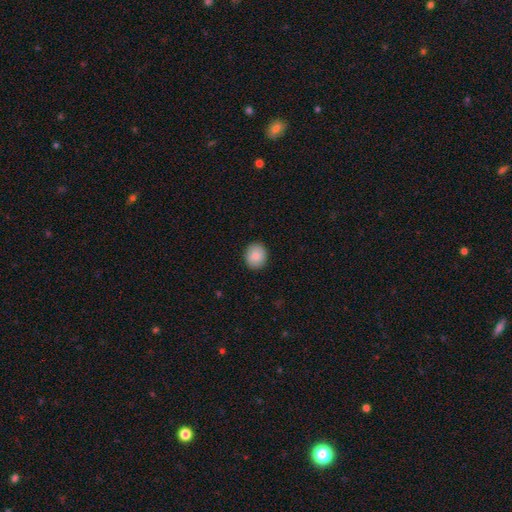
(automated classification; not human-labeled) smooth 87%, star or artifact 7%, featured or disk 6%. Down the decision tree: how rounded — round (73%); merging — none (91%).